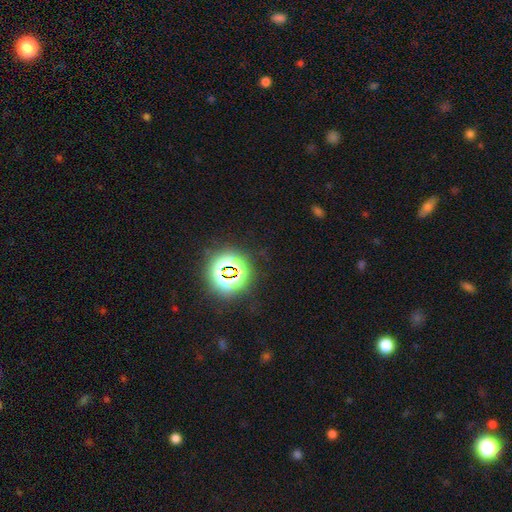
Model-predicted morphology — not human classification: This is clearly a star or artifact rather than a galaxy (81%).